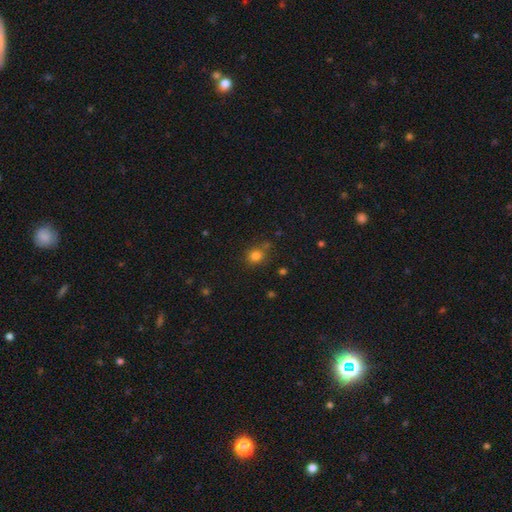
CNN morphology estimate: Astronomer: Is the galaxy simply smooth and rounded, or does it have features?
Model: smooth — 79%.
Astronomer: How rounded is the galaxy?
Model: round — 76%.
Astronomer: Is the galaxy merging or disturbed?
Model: none — 72%.